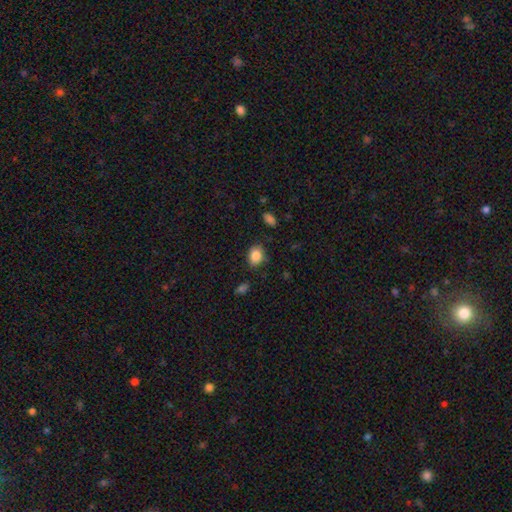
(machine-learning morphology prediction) smooth-or-featured: smooth: 85% | star or artifact: 9% | featured or disk: 6%
  how-rounded: in between: 64% | round: 35% | cigar-shaped: 1%
  merging: none: 79% | minor disturbance: 15% | major disturbance: 4% | merger: 2%